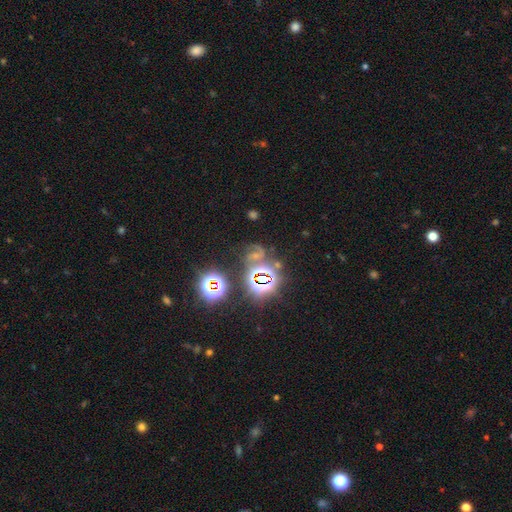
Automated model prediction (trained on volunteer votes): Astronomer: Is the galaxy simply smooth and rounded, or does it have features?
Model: star or artifact — 69%.